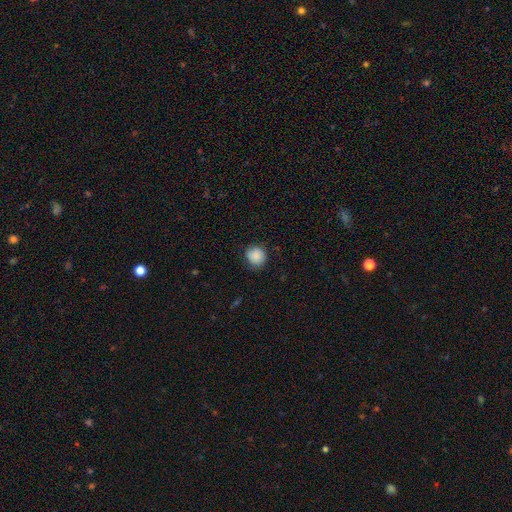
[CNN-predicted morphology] A smooth galaxy with no disk features (86%) that is round (87%). Merging: none (80%).